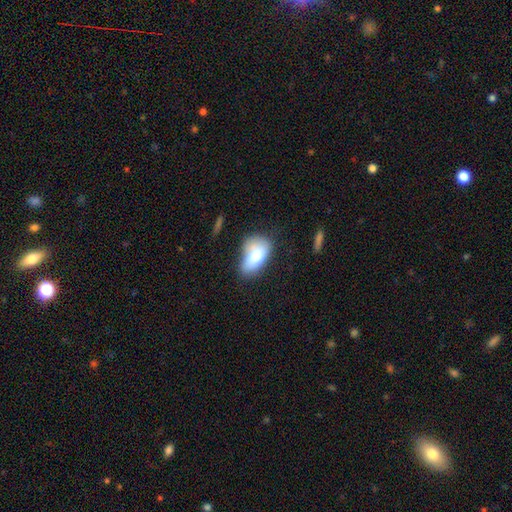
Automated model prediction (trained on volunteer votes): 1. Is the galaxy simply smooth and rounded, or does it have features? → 76% smooth, 16% featured or disk, 7% star or artifact.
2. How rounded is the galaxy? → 90% in between, 8% round, 2% cigar-shaped.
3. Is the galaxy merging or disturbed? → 48% none, 32% minor disturbance, 13% major disturbance, 7% merger.